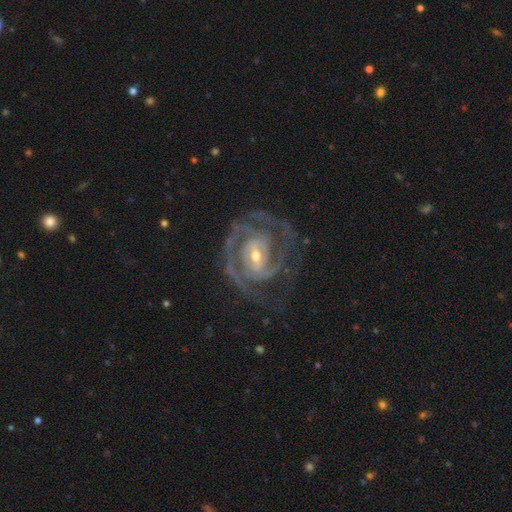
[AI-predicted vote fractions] A featured or disk galaxy (91%) with a weak bar (44%), 2 (50%) tight (64%) spiral arms (96%) and a small central bulge (54%). Merging: none (68%).